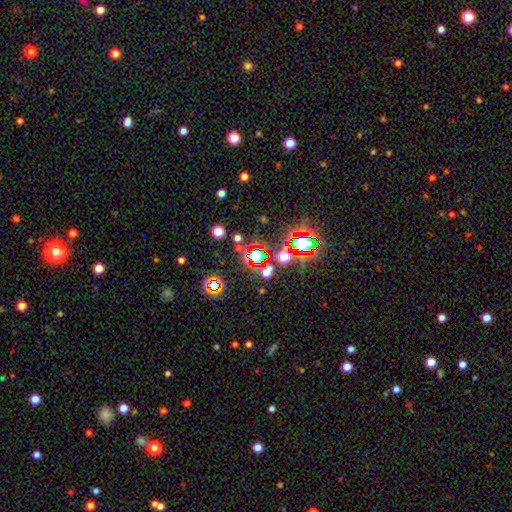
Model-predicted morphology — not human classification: smooth_or_featured: star or artifact (p=0.66) [alt: smooth p=0.23]